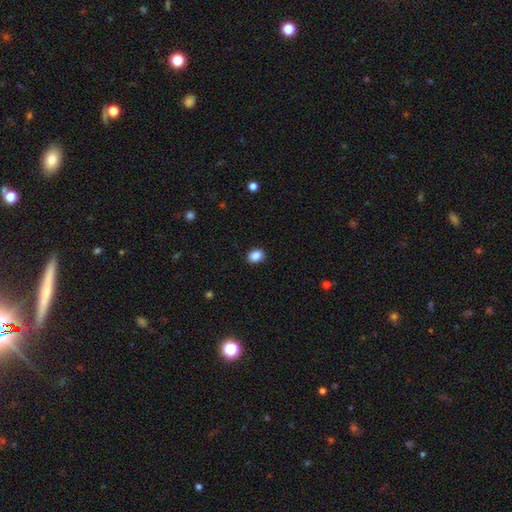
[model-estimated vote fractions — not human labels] A smooth galaxy with no disk features (88%) that is in between round and cigar-shaped (57%).

Vote fractions:
- Smooth or featured? smooth: 88% / star or artifact: 9% / featured or disk: 3%
- How rounded? in between: 57% / round: 43% / cigar-shaped: 1%
- Merging? none: 90% / minor disturbance: 7% / major disturbance: 2% / merger: 1%